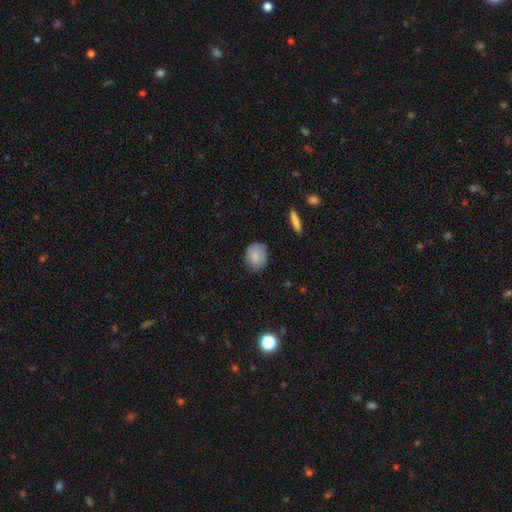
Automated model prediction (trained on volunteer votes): A smooth galaxy with no disk features (83%) that is round (56%). Merging: none (80%).